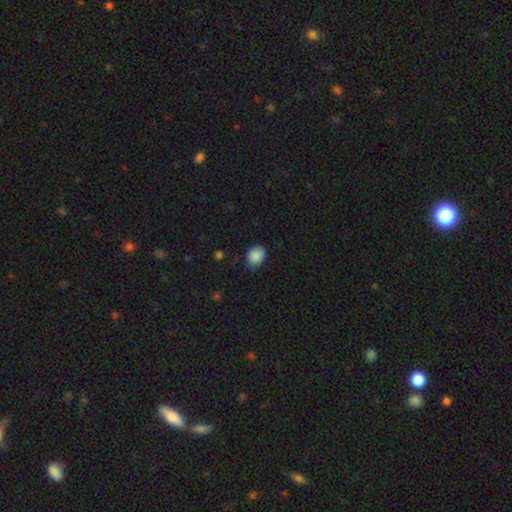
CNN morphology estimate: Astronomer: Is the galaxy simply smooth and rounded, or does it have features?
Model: smooth — 89%.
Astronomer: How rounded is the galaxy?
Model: in between — 53% (runner-up: round, 46%).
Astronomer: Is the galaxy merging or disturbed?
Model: none — 77%.